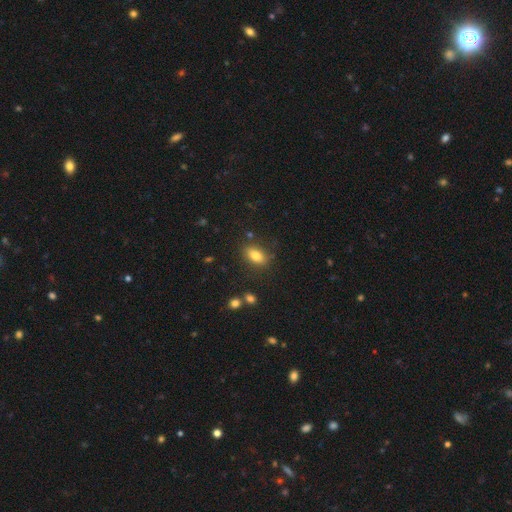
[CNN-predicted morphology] This appears to be a smooth galaxy with no disk features (82%) that is in between round and cigar-shaped (85%). Merging: none (80%).